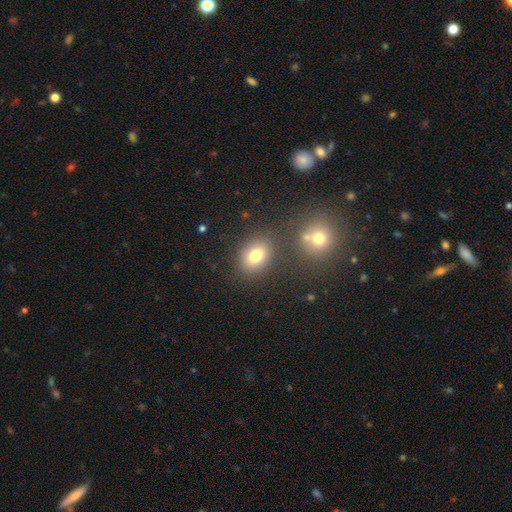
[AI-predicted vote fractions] This is likely a smooth galaxy (77%). How rounded: possibly in between (51%). Merging: likely none (77%).